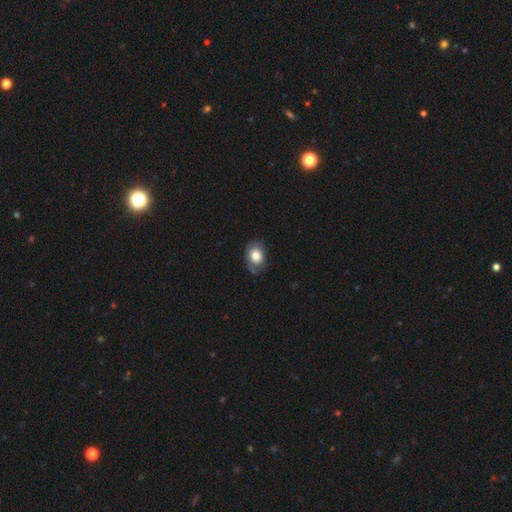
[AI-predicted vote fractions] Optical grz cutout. It shows a smooth galaxy with no disk features (80%) that is in between round and cigar-shaped (63%). Merging: none (70%).